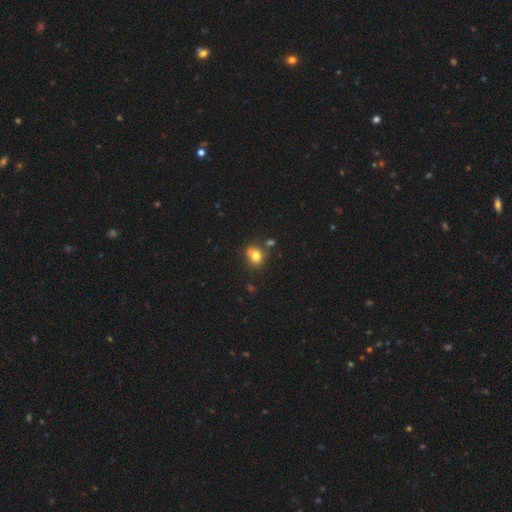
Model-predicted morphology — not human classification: Smooth or featured? Predicted: smooth (p=0.76). How rounded? Predicted: round (p=0.67). Merging? Predicted: none (p=0.61).